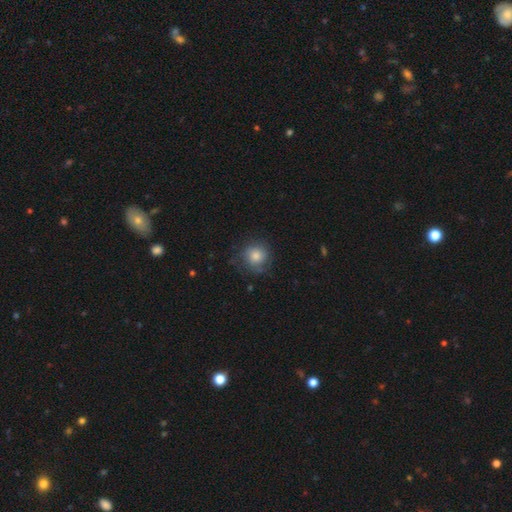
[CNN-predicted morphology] The model was most divided on "merging": none: 71%, minor disturbance: 19%, major disturbance: 9%, merger: 1%. More confident: how rounded — round (90%); smooth or featured — smooth (72%).